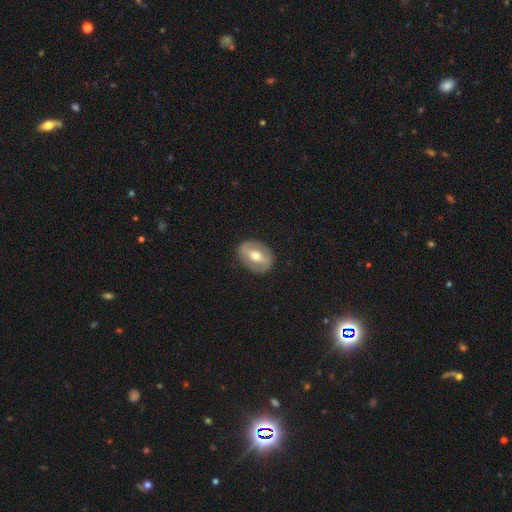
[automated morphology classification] This appears to be a featured or disk galaxy (58%) with a strong bar (50%), no spiral arms (70%) and a moderate central bulge (74%). Merging: none (85%).